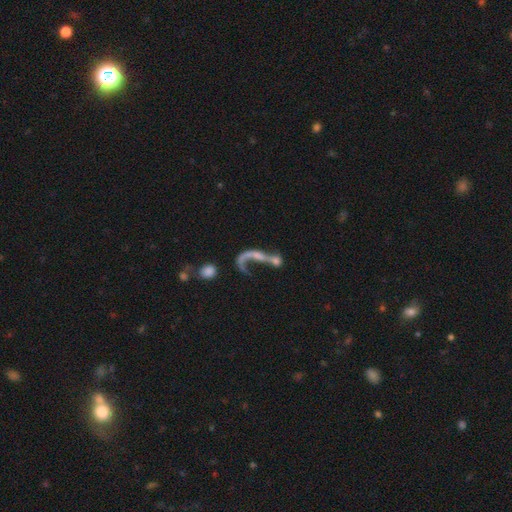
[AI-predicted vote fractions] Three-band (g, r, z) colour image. It shows a featured or disk galaxy (62%) with no bar (67%), spiral arms (53%) and no central bulge (50%). Merging: merger (40%).